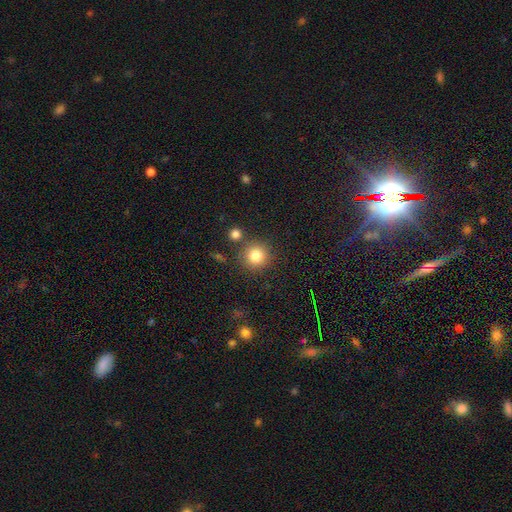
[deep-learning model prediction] The model was most divided on "smooth or featured": smooth: 81%, star or artifact: 12%, featured or disk: 7%. More confident: how rounded — round (94%); merging — none (82%).